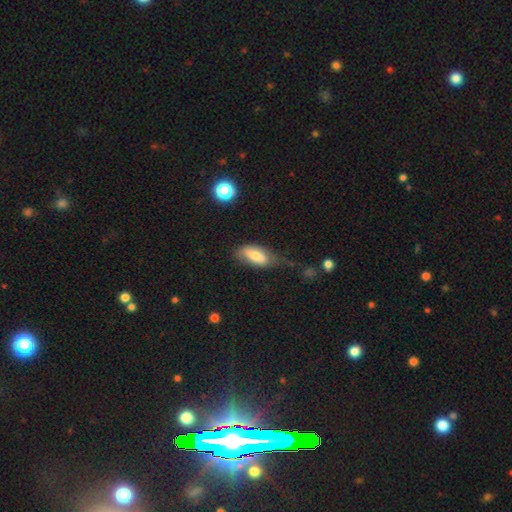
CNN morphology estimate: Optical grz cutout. It shows a smooth galaxy with no disk features (72%) that is in between round and cigar-shaped (82%). Merging: none (47%).